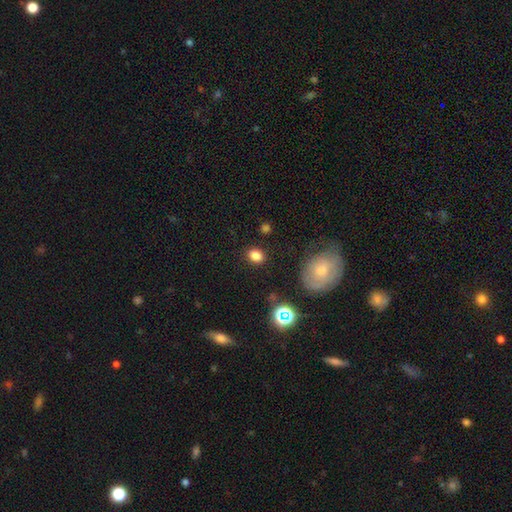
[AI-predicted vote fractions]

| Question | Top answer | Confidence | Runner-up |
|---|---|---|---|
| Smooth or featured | smooth | 82% | star or artifact (12%) |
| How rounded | in between | 56% | round (43%) |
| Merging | none | 86% | minor disturbance (9%) |